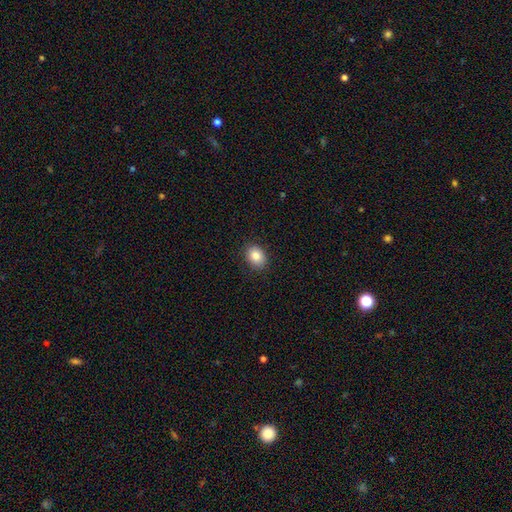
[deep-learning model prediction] Morphology: type=smooth (84%); roundness=in between (58%); merging=none (89%).